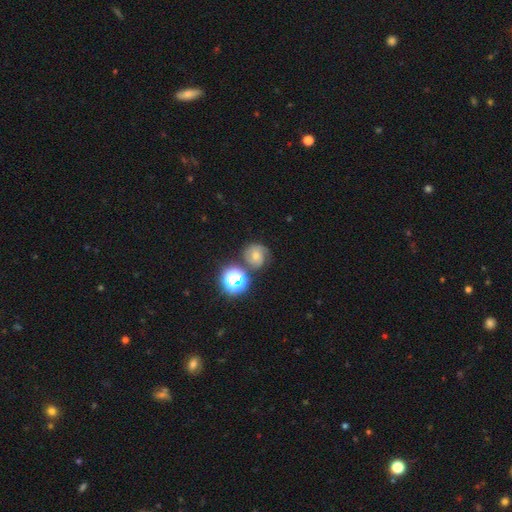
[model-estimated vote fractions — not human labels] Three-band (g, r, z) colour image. It shows a featured or disk galaxy (53%) with no bar (62%), spiral arms (91%) and a moderate central bulge (49%). Merging: none (72%).